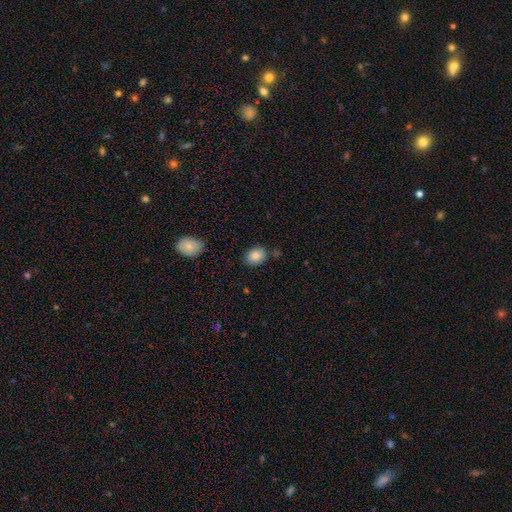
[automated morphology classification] smooth_or_featured: smooth (p=0.85) [alt: star or artifact p=0.08]
how_rounded: in between (p=0.65) [alt: round p=0.34]
merging: none (p=0.80) [alt: minor disturbance p=0.12]